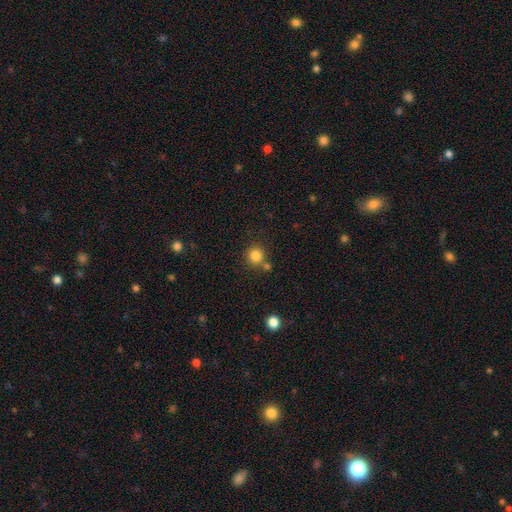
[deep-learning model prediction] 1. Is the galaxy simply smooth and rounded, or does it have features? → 83% smooth, 12% star or artifact, 5% featured or disk.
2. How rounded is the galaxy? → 92% round, 7% in between, 1% cigar-shaped.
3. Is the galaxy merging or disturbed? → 73% none, 15% merger, 9% minor disturbance, 3% major disturbance.